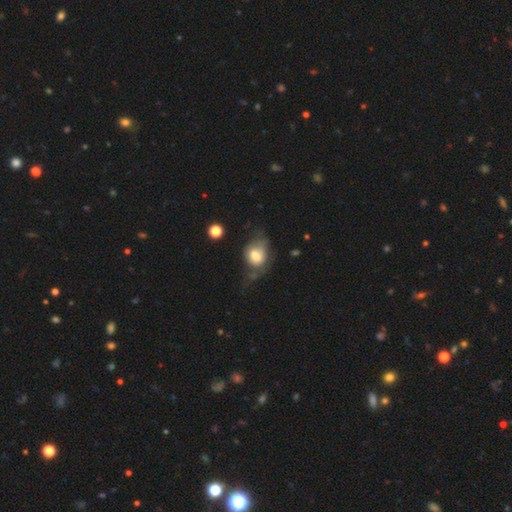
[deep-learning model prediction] Smooth or featured: smooth — 67% (featured or disk — 24%)
How rounded: in between — 60% (round — 39%)
Merging: major disturbance — 36% (minor disturbance — 30%)